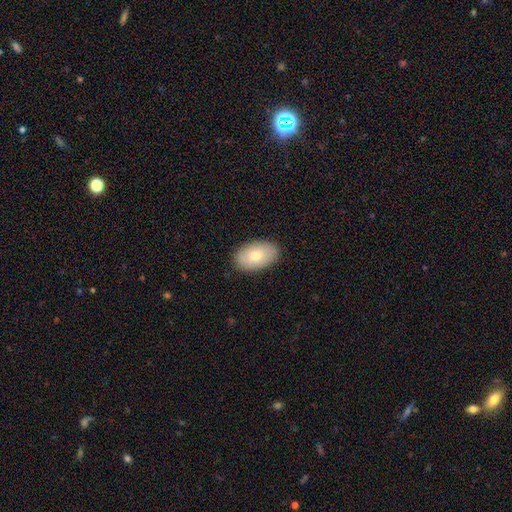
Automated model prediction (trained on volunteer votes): Smooth or featured? Predicted: smooth (p=0.77). How rounded? Predicted: in between (p=0.93). Merging? Predicted: none (p=0.87).